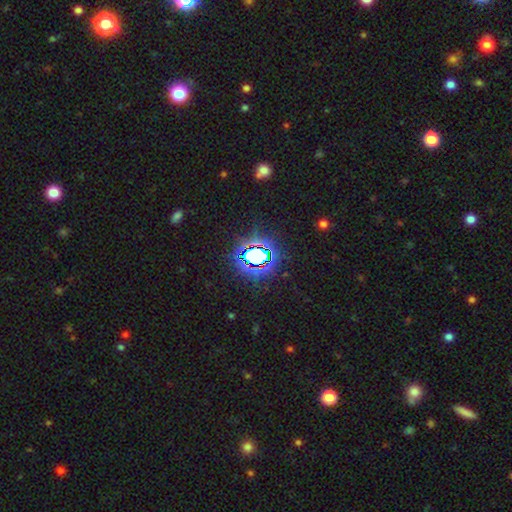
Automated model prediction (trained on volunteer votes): smooth_or_featured: star or artifact (p=0.73) [alt: smooth p=0.17]